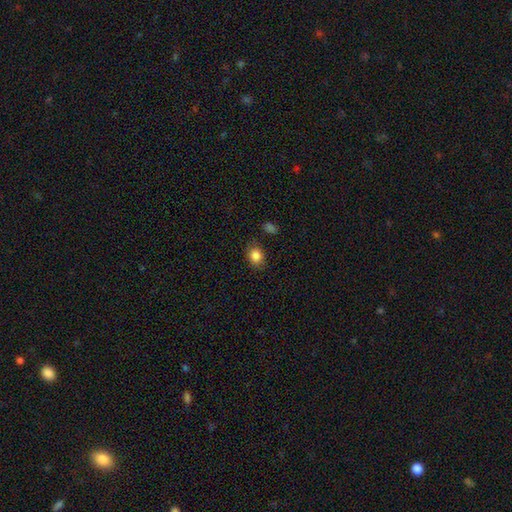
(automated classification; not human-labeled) Smooth or featured? smooth (85%)
How rounded? in between (53%)
Merging? none (82%)